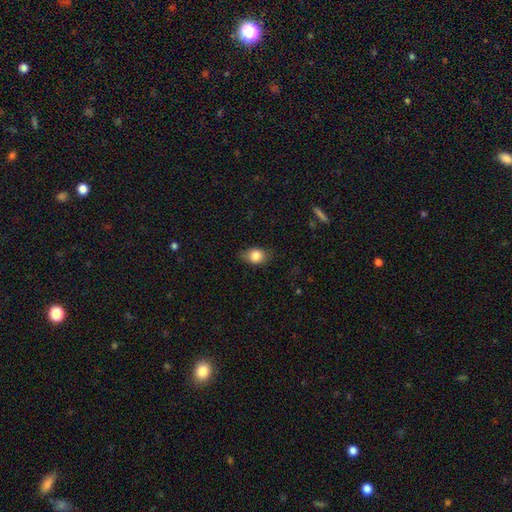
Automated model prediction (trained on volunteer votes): A smooth galaxy with no disk features (81%) that is in between round and cigar-shaped (65%). Merging: none (73%).